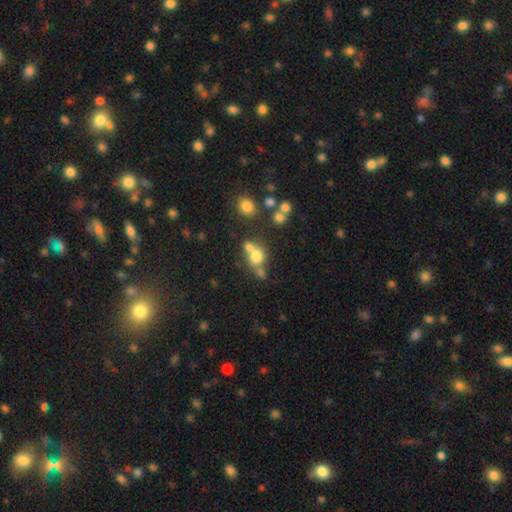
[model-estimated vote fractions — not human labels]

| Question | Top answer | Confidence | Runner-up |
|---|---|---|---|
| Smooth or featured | smooth | 69% | featured or disk (16%) |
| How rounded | round | 74% | in between (25%) |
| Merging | merger | 45% | none (40%) |